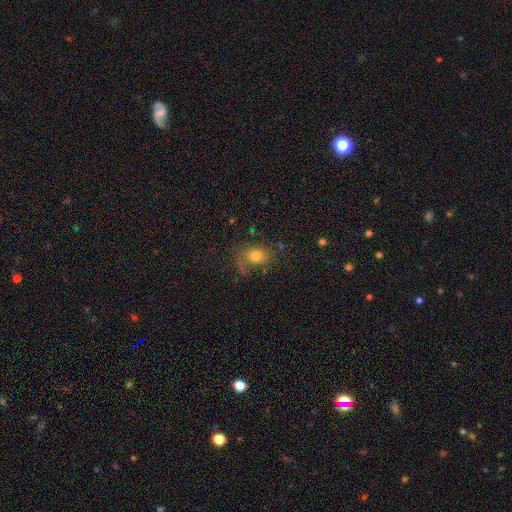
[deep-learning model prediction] smooth 76%, star or artifact 12%, featured or disk 12%. Down the decision tree: how rounded — in between (56%); merging — none (59%).